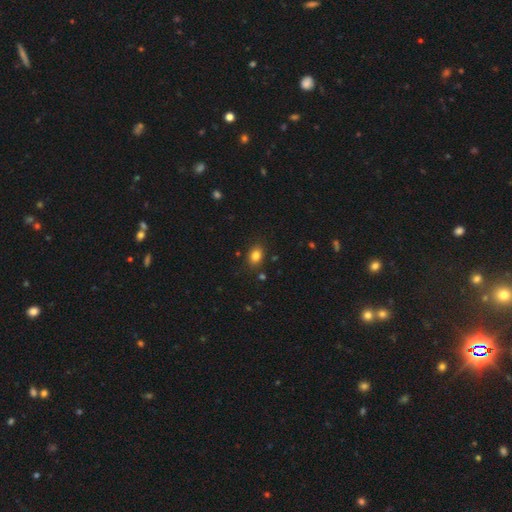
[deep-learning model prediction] This appears to be a smooth galaxy with no disk features (83%) that is in between round and cigar-shaped (72%). Merging: none (85%).